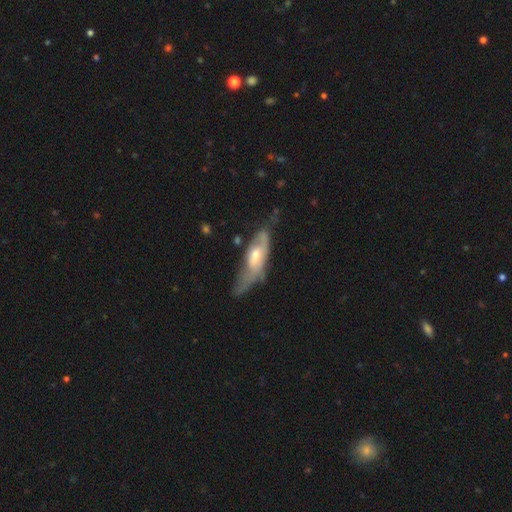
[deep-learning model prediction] Smooth or featured? Predicted: featured or disk (p=0.58). Edge-on disk? Predicted: no (p=0.69). Merging? Predicted: none (p=0.36).